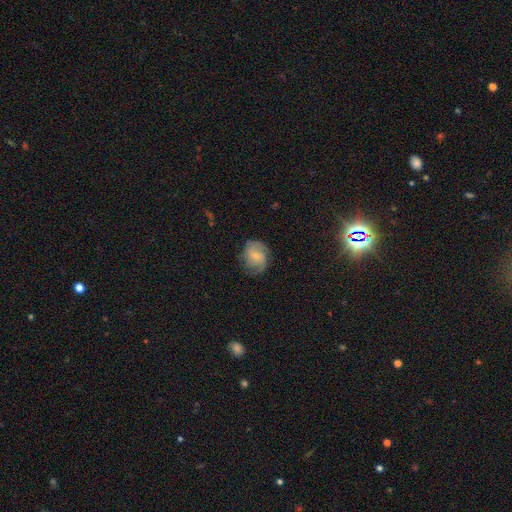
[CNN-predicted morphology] Overall: featured or disk (62%; smooth 31%). Edge-on disk: no (98%). Bar: no (60%; weak 33%). Spiral arms: yes (91%). Spiral arm count: 2 (43%; can't tell 23%). Spiral winding: medium (44%; tight 35%). Bulge size: small (68%). Merging: none (67%).